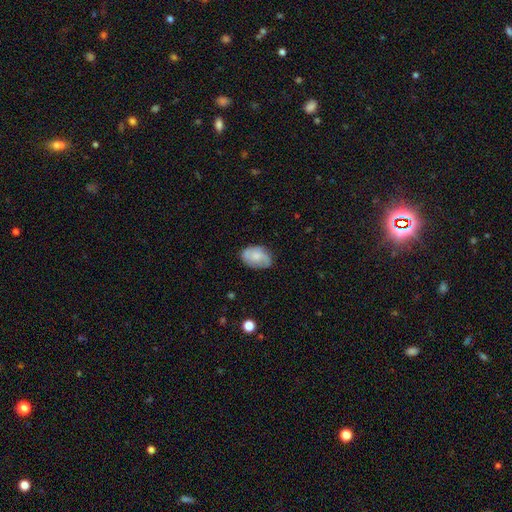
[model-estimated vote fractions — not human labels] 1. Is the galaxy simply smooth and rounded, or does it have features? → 61% smooth, 32% featured or disk, 8% star or artifact.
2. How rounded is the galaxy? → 86% in between, 13% round, 1% cigar-shaped.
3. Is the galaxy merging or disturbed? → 72% none, 21% minor disturbance, 6% major disturbance, 1% merger.